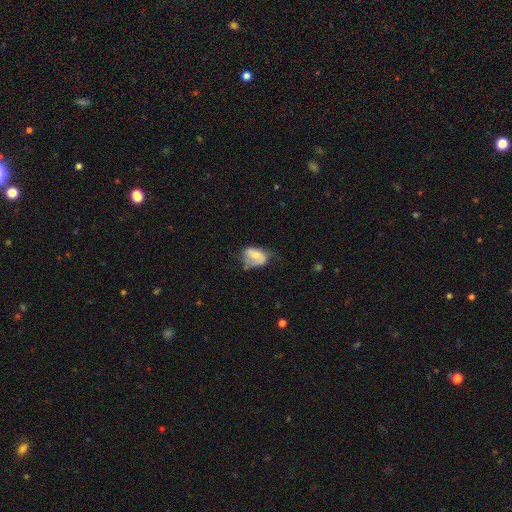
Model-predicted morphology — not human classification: smooth 57%, featured or disk 35%, star or artifact 8%. Down the decision tree: how rounded — in between (81%); merging — minor disturbance (37%).